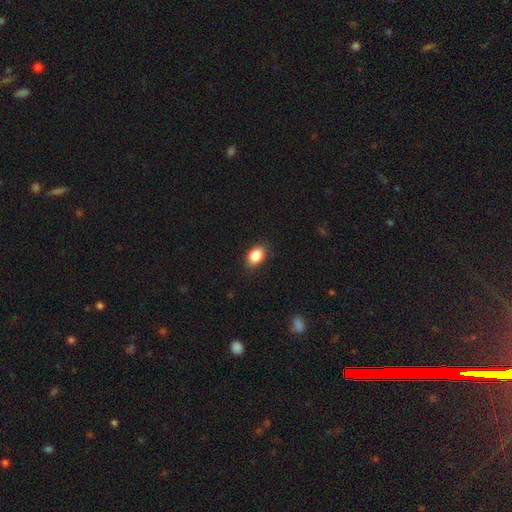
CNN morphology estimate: A smooth galaxy with no disk features (87%) that is in between round and cigar-shaped (85%). Merging: none (85%).